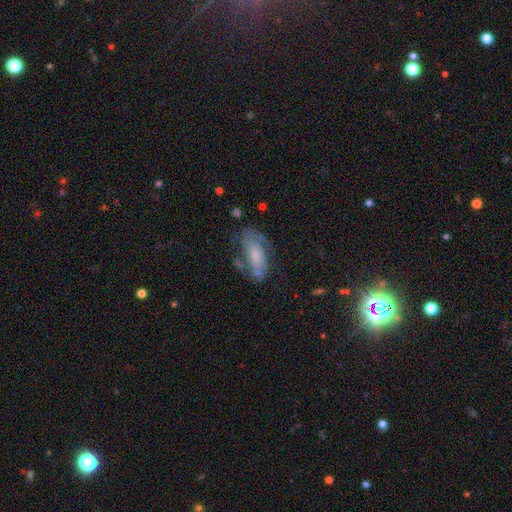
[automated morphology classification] Smooth or featured? featured or disk (59%)
Edge-on disk? no (91%)
Bar? no (60%)
Spiral arms? yes (75%)
Bulge size? small (45%)
Merging? none (54%)